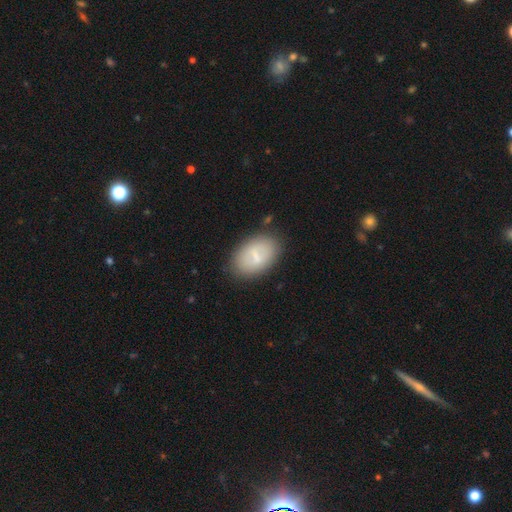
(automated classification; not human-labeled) This appears to be a smooth galaxy with no disk features (60%) that is in between round and cigar-shaped (90%). Merging: none (78%).